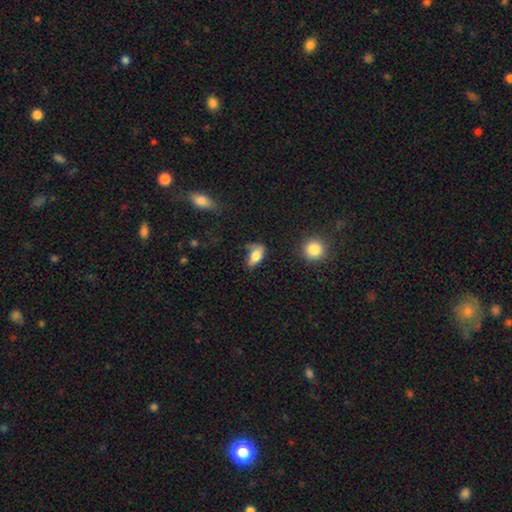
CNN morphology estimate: Q: Smooth or featured?
A: smooth (76%); runner-up: featured or disk (16%)
Q: How rounded?
A: in between (86%); runner-up: cigar-shaped (8%)
Q: Merging?
A: none (44%); runner-up: minor disturbance (34%)